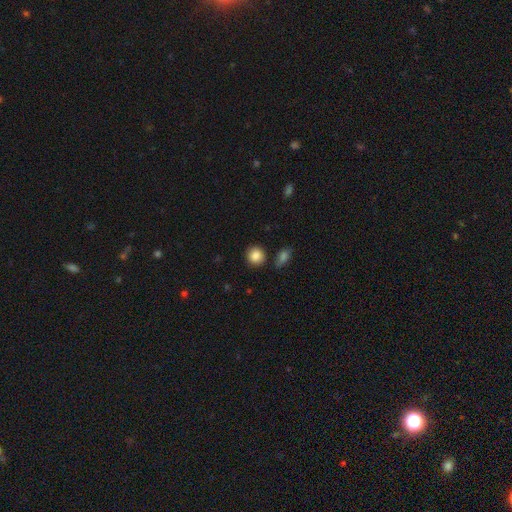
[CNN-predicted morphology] smooth_or_featured: smooth (p=0.86) [alt: star or artifact p=0.09]
how_rounded: round (p=0.87) [alt: in between p=0.12]
merging: none (p=0.84) [alt: minor disturbance p=0.09]